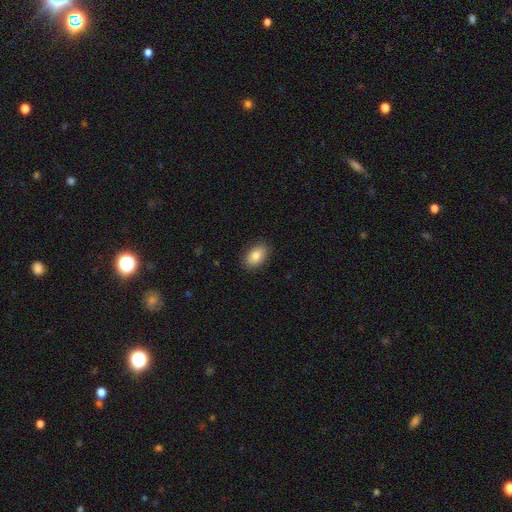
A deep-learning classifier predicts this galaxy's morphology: This is clearly a smooth galaxy (84%). How rounded: clearly in between (91%). Merging: clearly none (87%).